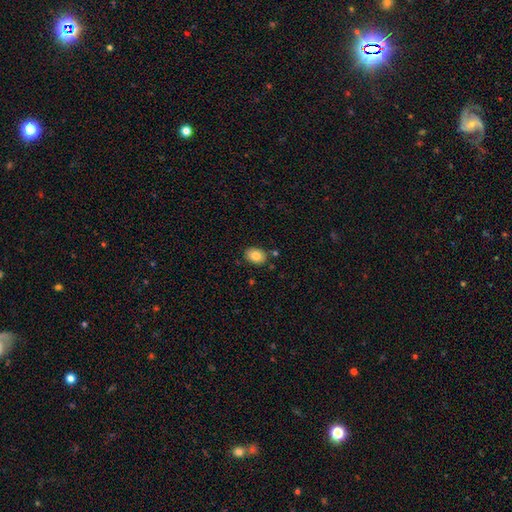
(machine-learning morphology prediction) smooth-or-featured: smooth: 83% | featured or disk: 9% | star or artifact: 8%
  how-rounded: in between: 76% | round: 23% | cigar-shaped: 1%
  merging: none: 82% | minor disturbance: 12% | merger: 4% | major disturbance: 3%